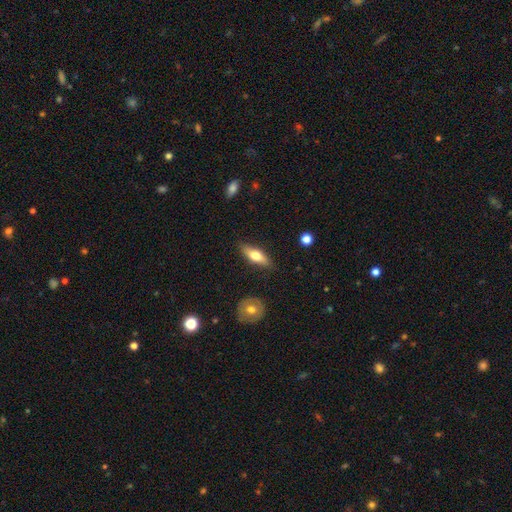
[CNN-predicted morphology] This is possibly a smooth galaxy (60%). How rounded: possibly in between (56%). Merging: clearly none (85%).